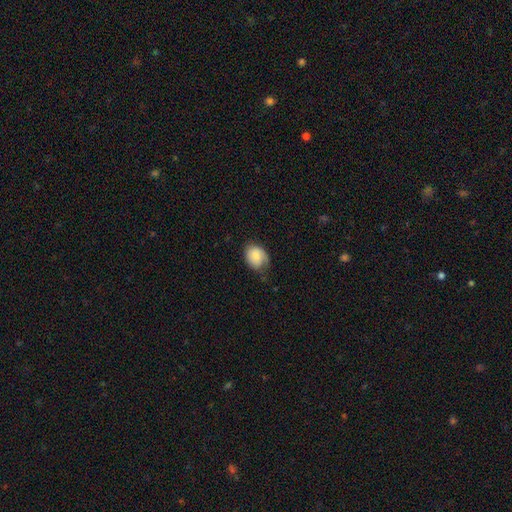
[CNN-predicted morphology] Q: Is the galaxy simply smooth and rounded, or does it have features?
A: smooth — 70%.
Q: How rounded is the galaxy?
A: in between — 56%.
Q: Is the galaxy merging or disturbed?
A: none — 55%.